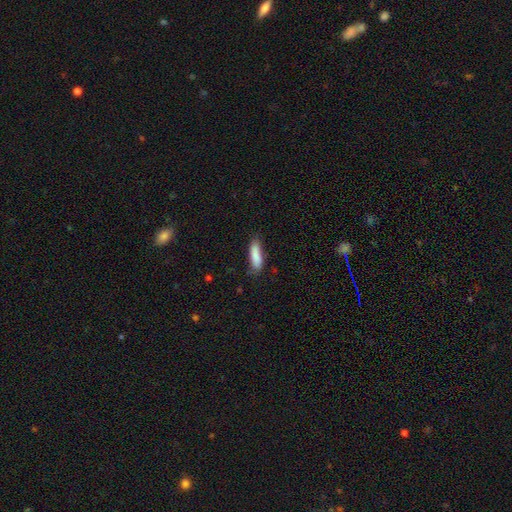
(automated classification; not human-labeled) smooth 86%, featured or disk 8%, star or artifact 6%. Down the decision tree: how rounded — cigar-shaped (57%); merging — none (71%).